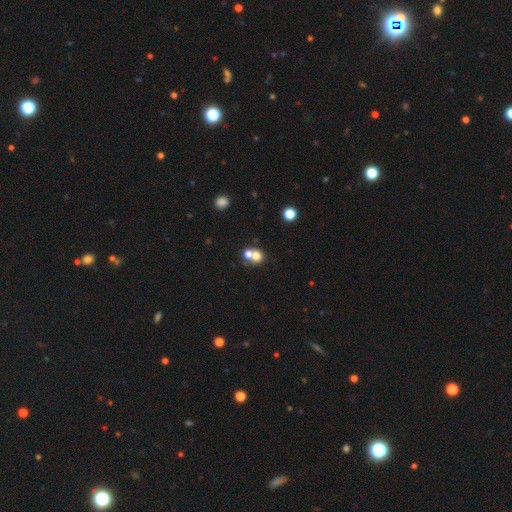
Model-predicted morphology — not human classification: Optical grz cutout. It shows a smooth galaxy with no disk features (72%) that is round (79%). Merging: merger (54%).